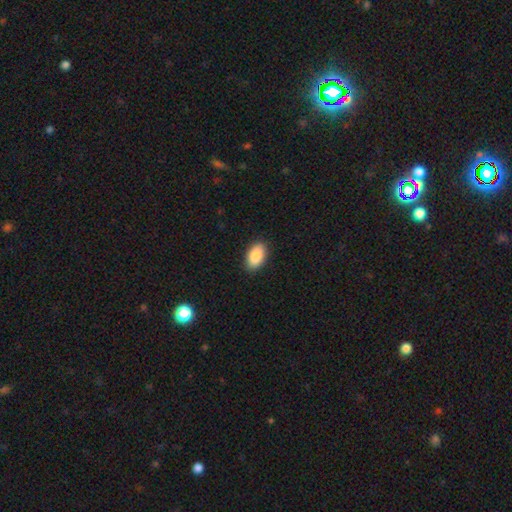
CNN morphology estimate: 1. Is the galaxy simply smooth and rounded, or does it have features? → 89% smooth, 6% star or artifact, 5% featured or disk.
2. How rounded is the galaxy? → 94% in between, 5% round, 2% cigar-shaped.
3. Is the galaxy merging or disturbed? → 90% none, 7% minor disturbance, 2% major disturbance, 1% merger.